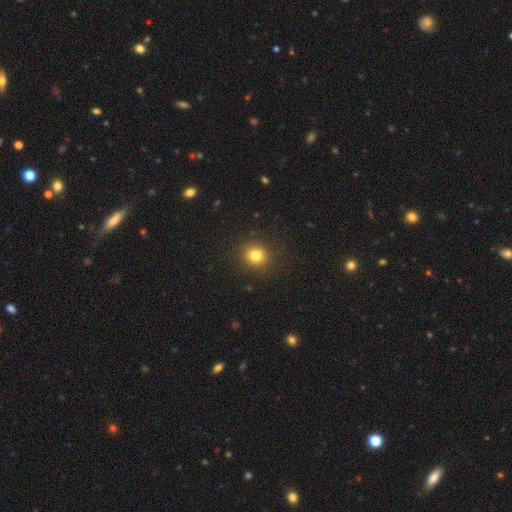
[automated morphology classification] This is likely a smooth galaxy (80%). How rounded: clearly round (84%). Merging: clearly none (88%).